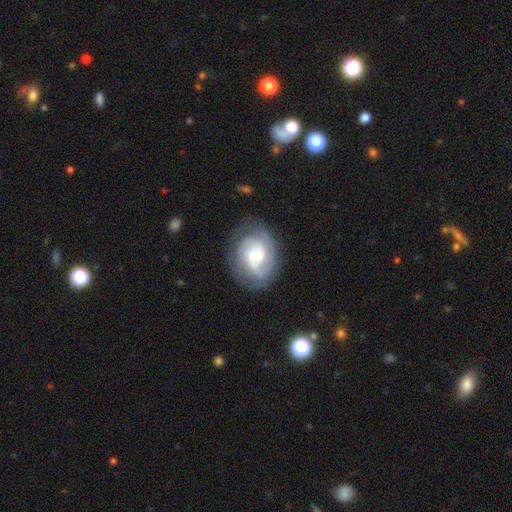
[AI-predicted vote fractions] Q: Smooth or featured?
A: featured or disk (77%); runner-up: smooth (17%)
Q: Edge-on disk?
A: no (98%); runner-up: yes (2%)
Q: Bar?
A: no (47%); runner-up: weak (43%)
Q: Spiral arms?
A: yes (93%); runner-up: no (7%)
Q: Spiral winding?
A: tight (54%); runner-up: medium (35%)
Q: Spiral arm count?
A: 2 (42%); runner-up: can't tell (27%)
Q: Bulge size?
A: small (47%); runner-up: moderate (42%)
Q: Merging?
A: none (74%); runner-up: minor disturbance (17%)